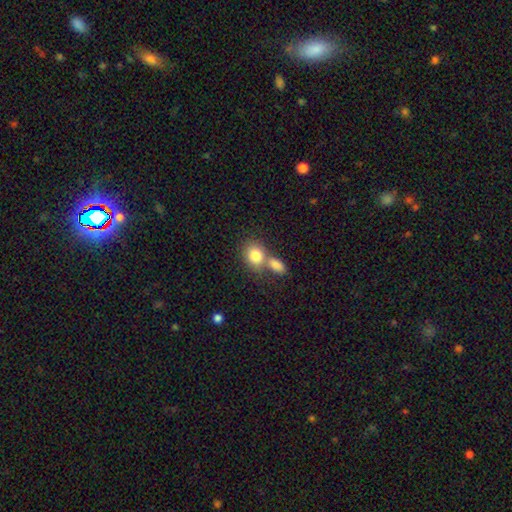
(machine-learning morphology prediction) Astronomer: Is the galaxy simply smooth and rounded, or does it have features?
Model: smooth — 82%.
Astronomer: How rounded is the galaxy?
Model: round — 51% (runner-up: in between, 47%).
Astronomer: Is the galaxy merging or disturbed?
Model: merger — 50% (runner-up: none, 37%).